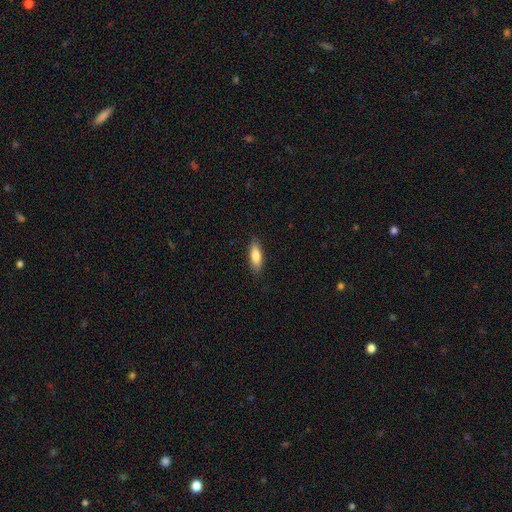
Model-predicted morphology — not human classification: smooth_or_featured: smooth (p=0.80) [alt: featured or disk p=0.14]
how_rounded: in between (p=0.60) [alt: cigar-shaped p=0.38]
merging: none (p=0.86) [alt: minor disturbance p=0.11]